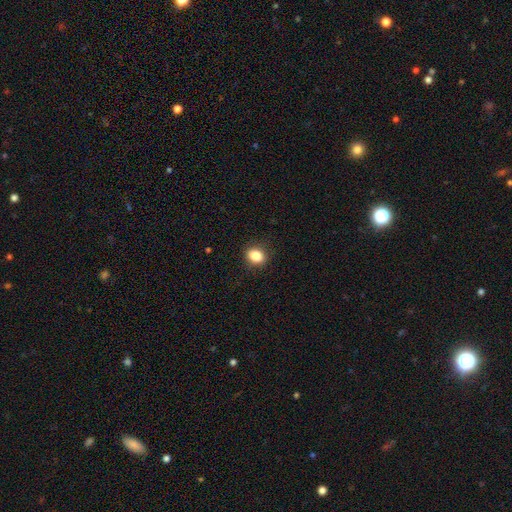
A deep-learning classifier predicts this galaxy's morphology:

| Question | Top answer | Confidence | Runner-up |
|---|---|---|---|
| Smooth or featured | smooth | 85% | star or artifact (10%) |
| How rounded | in between | 54% | round (44%) |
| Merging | none | 88% | minor disturbance (9%) |